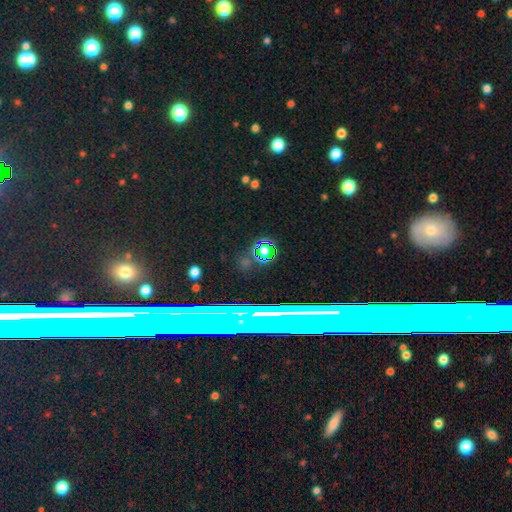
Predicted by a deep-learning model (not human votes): Smooth or featured: star or artifact — 68% (featured or disk — 18%)